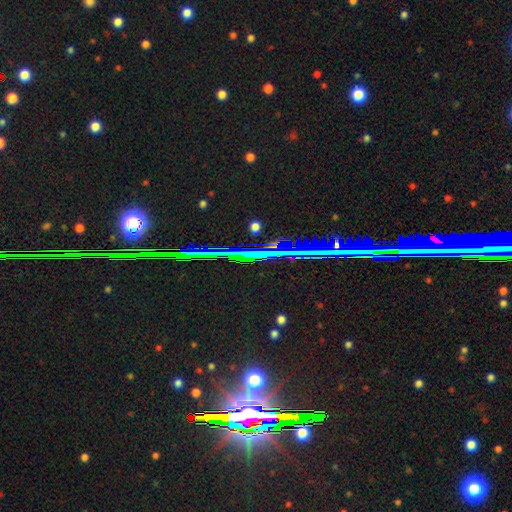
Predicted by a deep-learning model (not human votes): smooth_or_featured: star or artifact (p=0.69) [alt: featured or disk p=0.17]